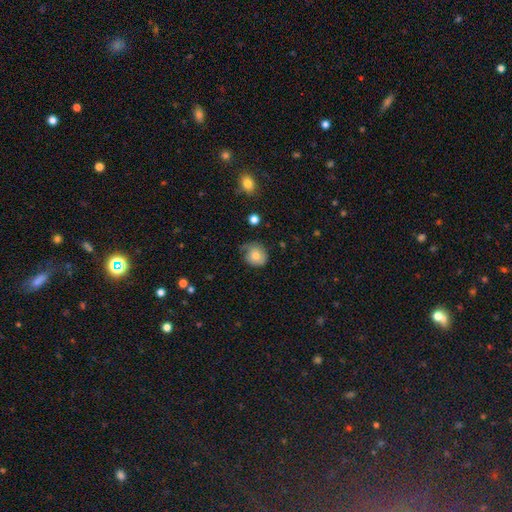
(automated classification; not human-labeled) smooth 70%, featured or disk 21%, star or artifact 9%. Down the decision tree: how rounded — round (79%); merging — none (56%).